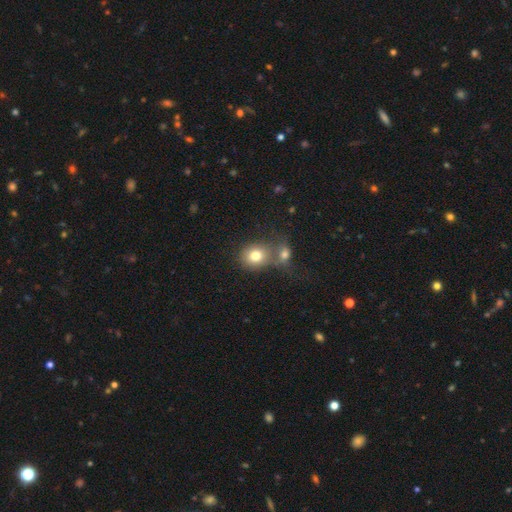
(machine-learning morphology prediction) smooth 78%, featured or disk 11%, star or artifact 11%. Down the decision tree: how rounded — round (70%); merging — merger (43%).